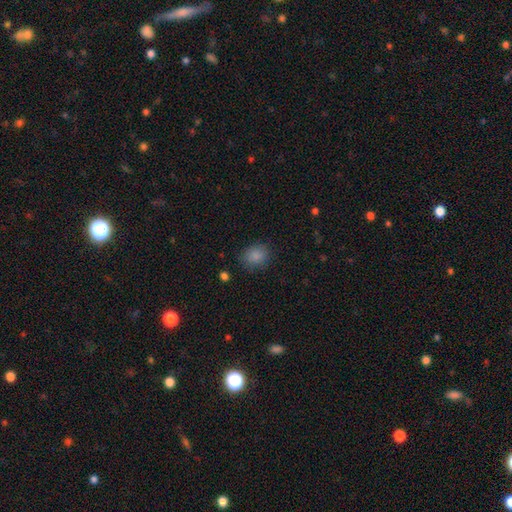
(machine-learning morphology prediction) This appears to be a smooth galaxy with no disk features (85%) that is round (62%). Merging: none (83%).